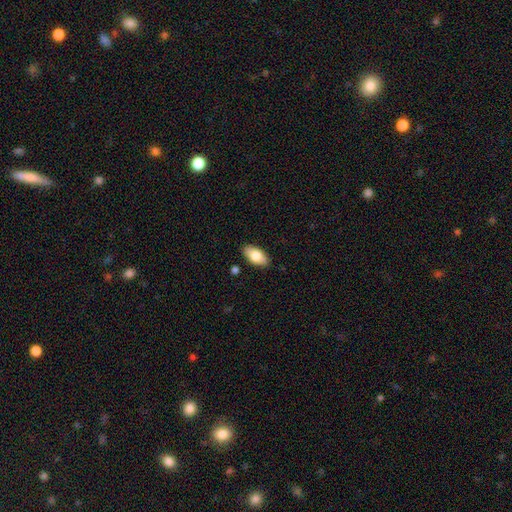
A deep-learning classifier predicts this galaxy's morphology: Overall: smooth (80%). How rounded: in between (93%). Merging: none (88%).